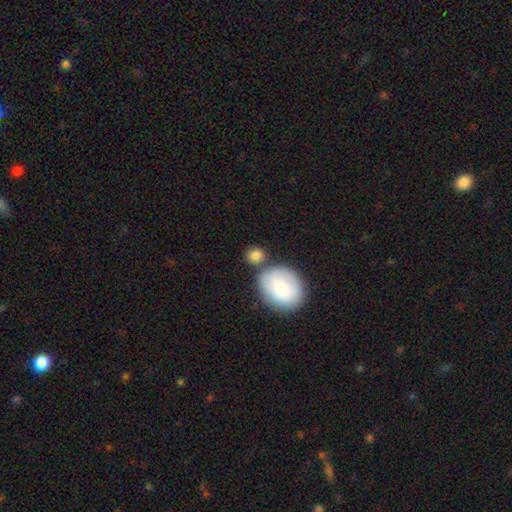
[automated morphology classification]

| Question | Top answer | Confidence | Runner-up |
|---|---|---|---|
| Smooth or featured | smooth | 84% | featured or disk (9%) |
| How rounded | round | 74% | in between (24%) |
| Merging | none | 64% | merger (19%) |